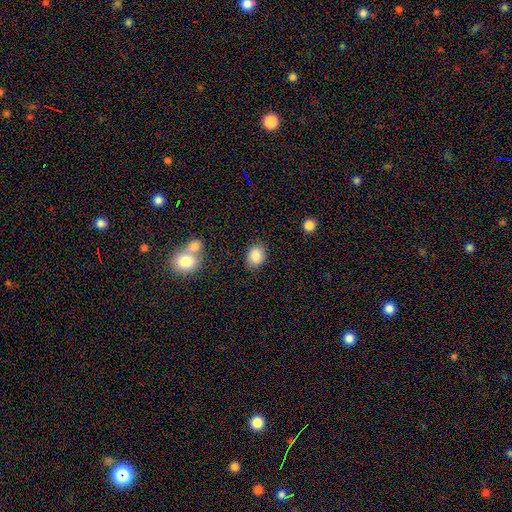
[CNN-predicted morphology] The model was most divided on "how rounded": in between: 69%, round: 30%, cigar-shaped: 1%. More confident: smooth or featured — smooth (86%); merging — none (79%).